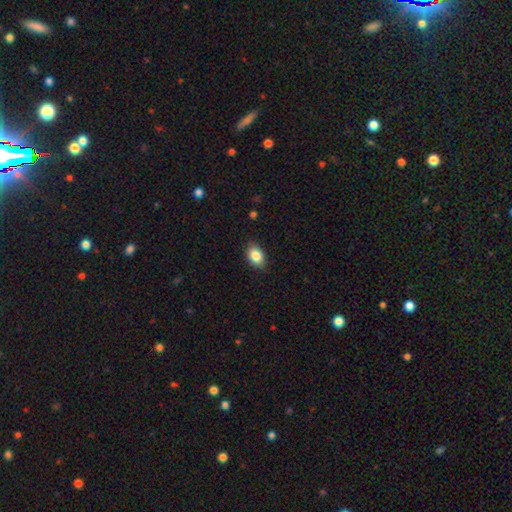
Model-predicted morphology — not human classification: The model was most divided on "how rounded": in between: 83%, round: 16%, cigar-shaped: 1%. More confident: merging — none (86%); smooth or featured — smooth (86%).